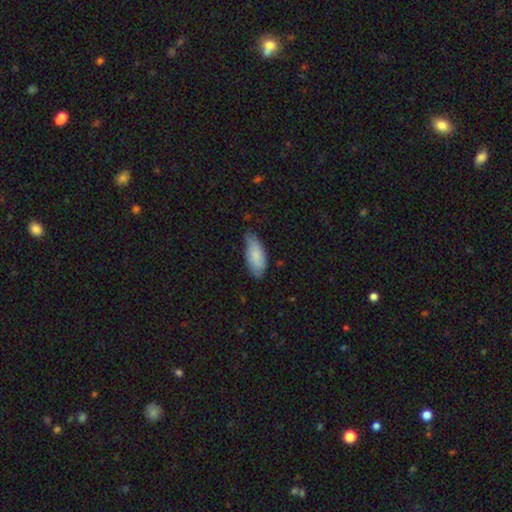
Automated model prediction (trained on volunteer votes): Smooth or featured?
  - smooth: 82% *
  - featured or disk: 12%
  - star or artifact: 6%
How rounded?
  - in between: 85% *
  - cigar-shaped: 13%
  - round: 2%
Merging?
  - none: 58% *
  - minor disturbance: 35%
  - major disturbance: 5%
  - merger: 1%